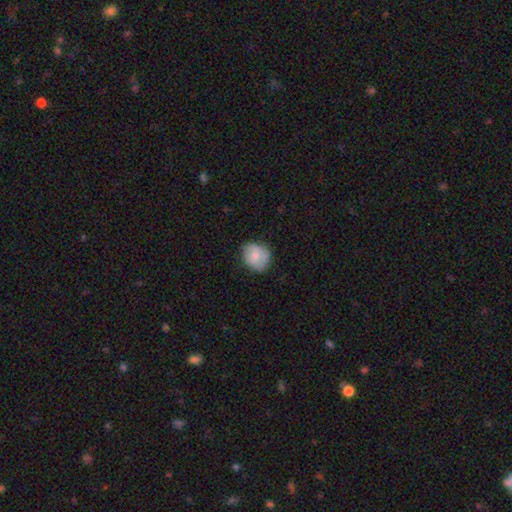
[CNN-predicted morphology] A smooth galaxy with no disk features (72%) that is round (64%).

Vote fractions:
- Smooth or featured? smooth: 72% / featured or disk: 20% / star or artifact: 7%
- How rounded? round: 64% / in between: 35% / cigar-shaped: 1%
- Merging? none: 68% / minor disturbance: 25% / major disturbance: 6% / merger: 1%